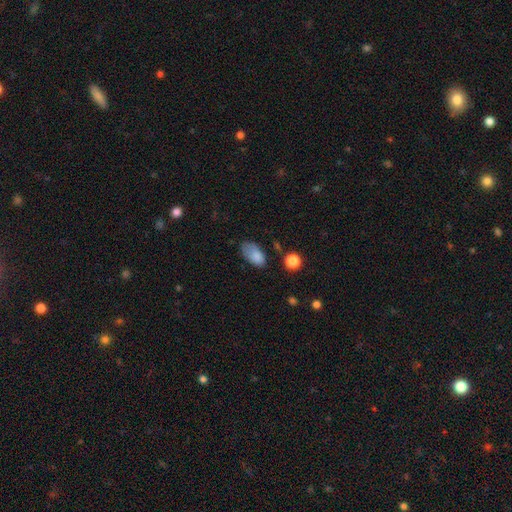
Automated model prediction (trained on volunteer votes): Morphology: type=smooth (82%); roundness=in between (92%); merging=none (51%).